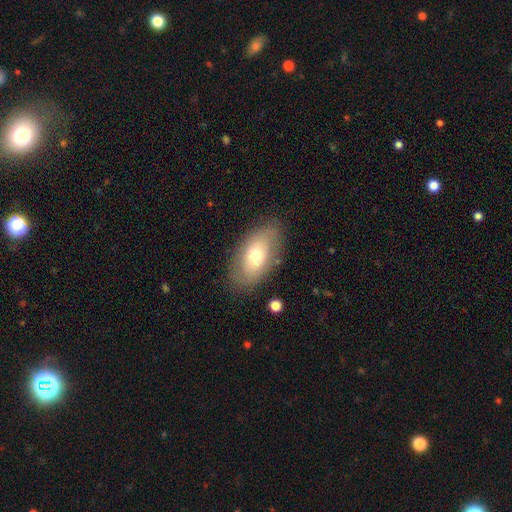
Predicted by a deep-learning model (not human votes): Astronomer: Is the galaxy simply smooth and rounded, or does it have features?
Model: smooth — 61%.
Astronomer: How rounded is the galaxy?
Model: in between — 91%.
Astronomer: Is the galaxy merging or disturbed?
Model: none — 80%.